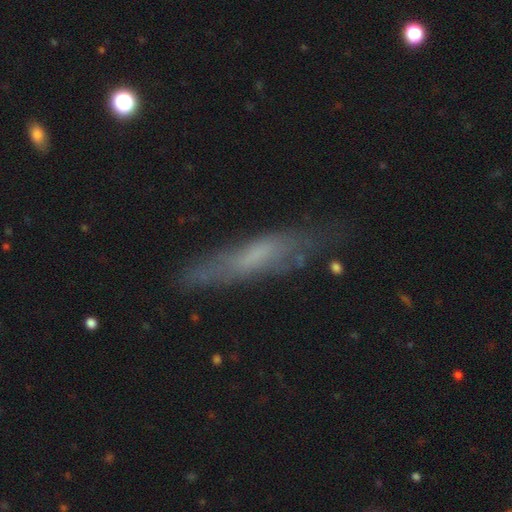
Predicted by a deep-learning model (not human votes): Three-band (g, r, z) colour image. It shows a smooth galaxy with no disk features (50%). Merging: none (68%).